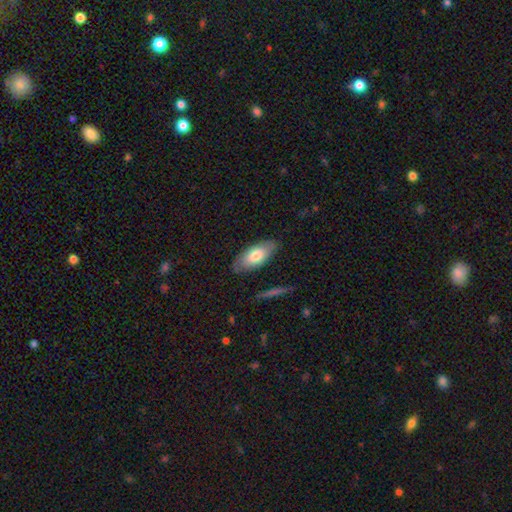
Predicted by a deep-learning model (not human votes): This is likely a smooth galaxy (73%). How rounded: clearly in between (88%). Merging: clearly none (82%).